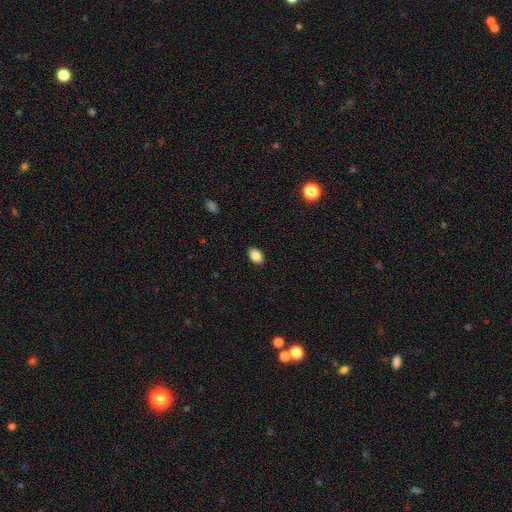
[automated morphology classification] type=smooth (87%); roundness=in between (86%); merging=none (89%).